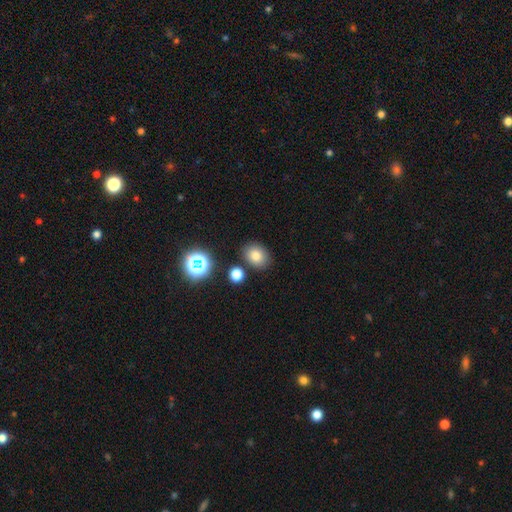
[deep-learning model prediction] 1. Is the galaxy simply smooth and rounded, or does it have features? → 78% smooth, 14% star or artifact, 8% featured or disk.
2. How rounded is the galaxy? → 53% in between, 46% round, 1% cigar-shaped.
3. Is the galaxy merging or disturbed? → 82% none, 9% minor disturbance, 6% merger, 3% major disturbance.